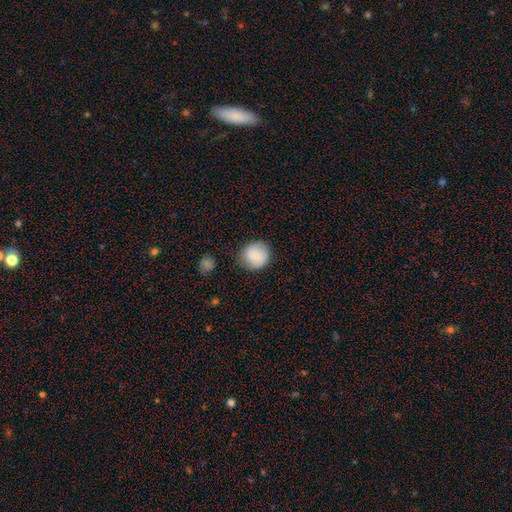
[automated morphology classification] A smooth galaxy with no disk features (84%) that is round (90%). Merging: none (81%).